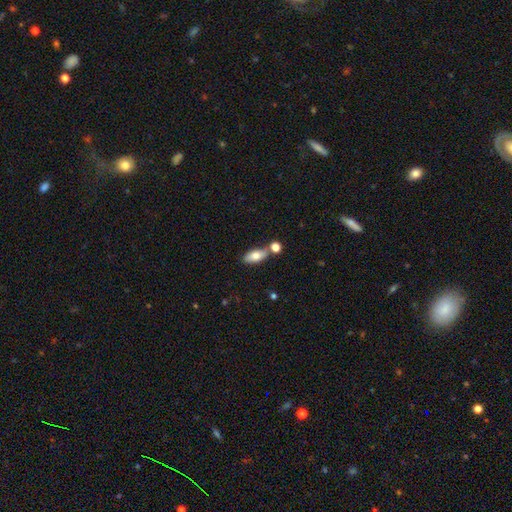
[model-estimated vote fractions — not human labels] smooth_or_featured: smooth (p=0.75) [alt: featured or disk p=0.17]
how_rounded: in between (p=0.83) [alt: cigar-shaped p=0.13]
merging: none (p=0.61) [alt: merger p=0.23]